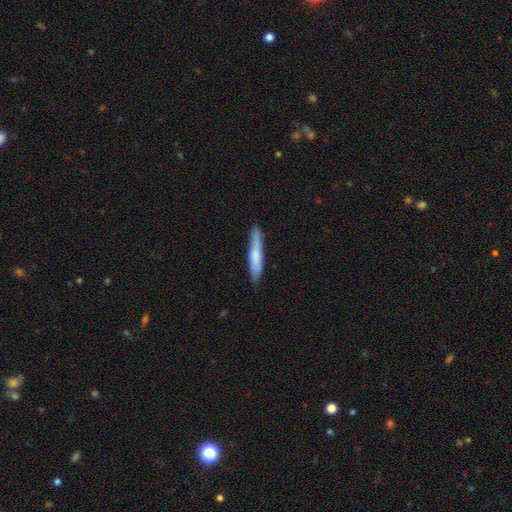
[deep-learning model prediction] smooth 72%, featured or disk 23%, star or artifact 5%. Down the decision tree: how rounded — cigar-shaped (92%); merging — none (87%).